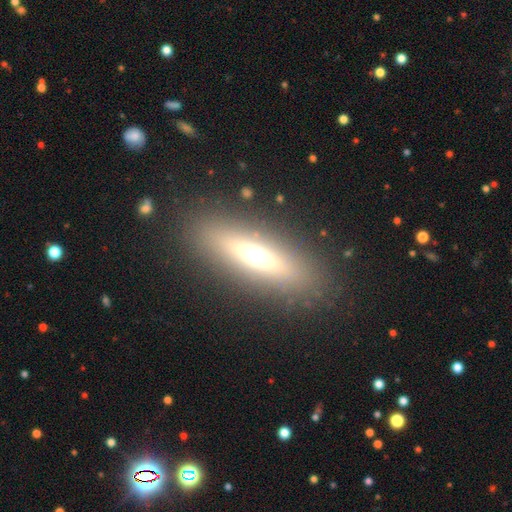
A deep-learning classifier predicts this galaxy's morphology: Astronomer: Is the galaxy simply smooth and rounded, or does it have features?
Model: smooth — 46% (runner-up: featured or disk, 43%).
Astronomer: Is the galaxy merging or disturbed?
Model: none — 86%.